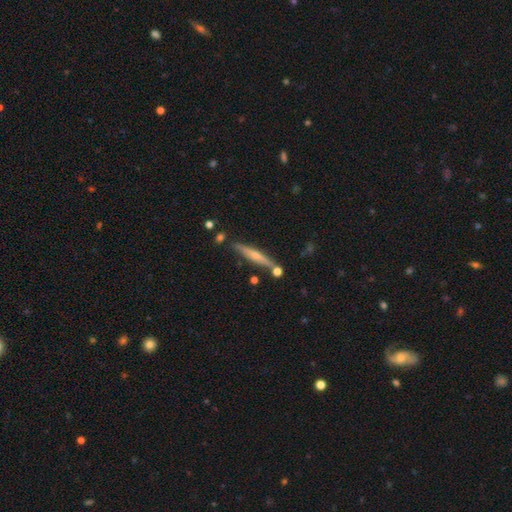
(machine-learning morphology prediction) smooth-or-featured: featured or disk: 57% | smooth: 36% | star or artifact: 6%
  disk-edge-on: yes: 95% | no: 5%
    edge-on-bulge: rounded: 71% | none: 23% | boxy: 7%
  merging: none: 79% | minor disturbance: 11% | merger: 7% | major disturbance: 2%